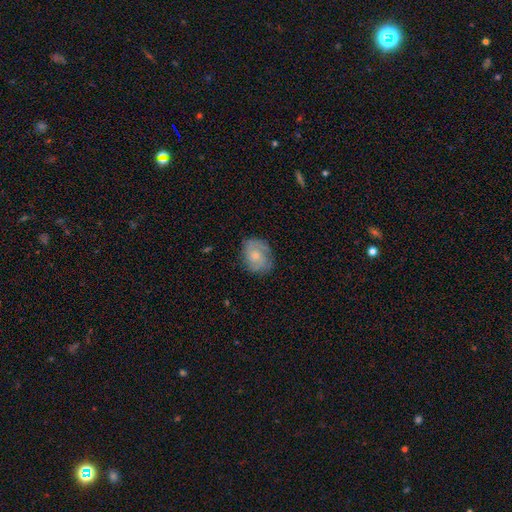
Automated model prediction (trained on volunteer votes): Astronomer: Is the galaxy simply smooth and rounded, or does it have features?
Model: featured or disk — 56% (runner-up: smooth, 37%).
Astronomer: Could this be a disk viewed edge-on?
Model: no — 97%.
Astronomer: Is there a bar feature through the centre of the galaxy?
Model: no — 76%.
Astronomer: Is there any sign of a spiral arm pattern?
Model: yes — 85%.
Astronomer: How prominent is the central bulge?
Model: small — 48% (runner-up: moderate, 40%).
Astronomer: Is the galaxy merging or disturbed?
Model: none — 73%.